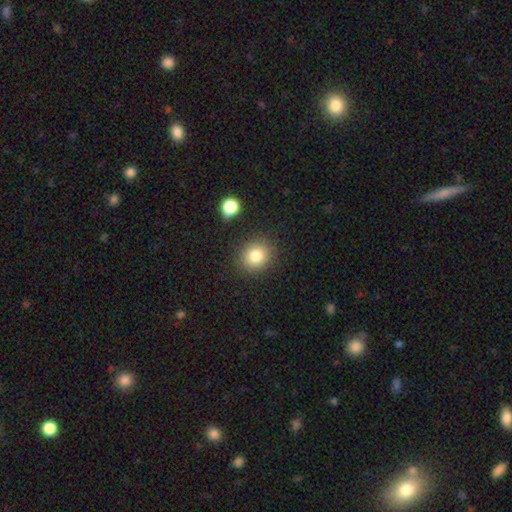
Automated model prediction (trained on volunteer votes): The model was most divided on "how rounded": round: 77%, in between: 22%, cigar-shaped: 1%. More confident: merging — none (86%); smooth or featured — smooth (82%).